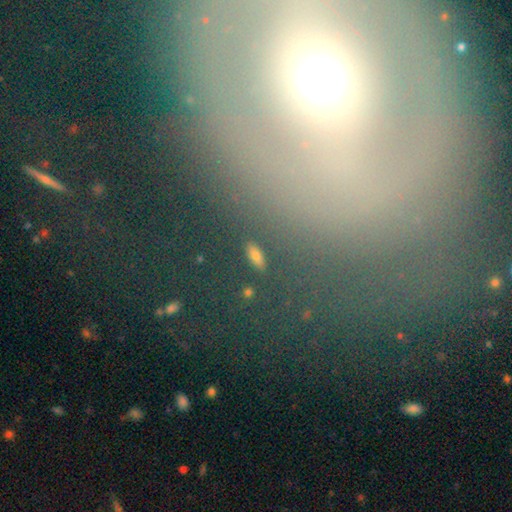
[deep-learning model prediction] smooth_or_featured: smooth (p=0.68) [alt: star or artifact p=0.22]
how_rounded: in between (p=0.65) [alt: cigar-shaped p=0.23]
merging: none (p=0.87) [alt: minor disturbance p=0.07]